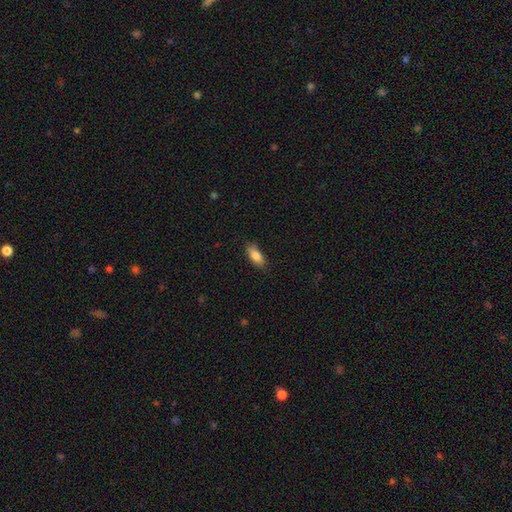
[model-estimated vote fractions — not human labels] Smooth or featured: smooth — 85% (featured or disk — 8%)
How rounded: in between — 81% (cigar-shaped — 17%)
Merging: none — 83% (minor disturbance — 13%)